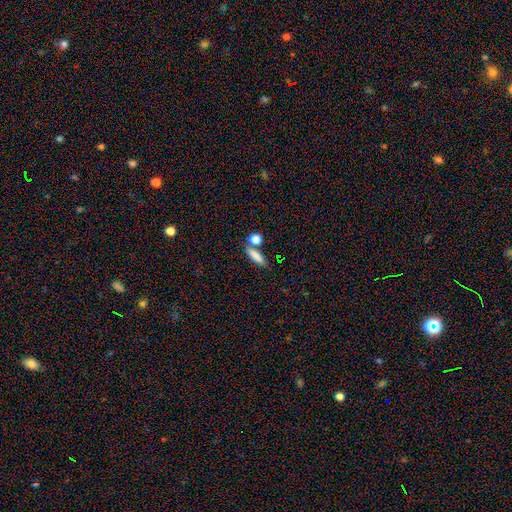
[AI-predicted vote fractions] A smooth galaxy with no disk features (83%) that is in between round and cigar-shaped (51%).

Vote fractions:
- Smooth or featured? smooth: 83% / star or artifact: 10% / featured or disk: 7%
- How rounded? in between: 51% / cigar-shaped: 40% / round: 10%
- Merging? none: 66% / merger: 18% / minor disturbance: 12% / major disturbance: 4%